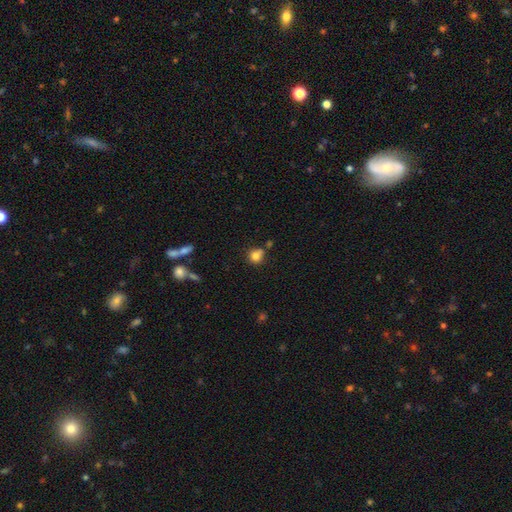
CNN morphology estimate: Overall: smooth (81%). How rounded: round (83%). Merging: none (62%).